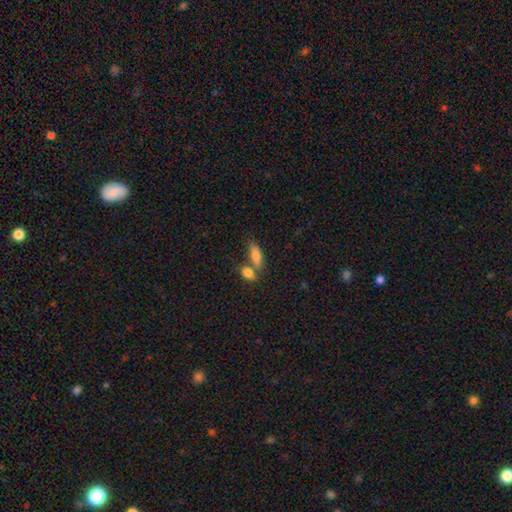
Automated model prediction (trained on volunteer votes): Q: Smooth or featured?
A: smooth (78%); runner-up: featured or disk (14%)
Q: How rounded?
A: in between (75%); runner-up: cigar-shaped (20%)
Q: Merging?
A: none (44%); runner-up: merger (42%)